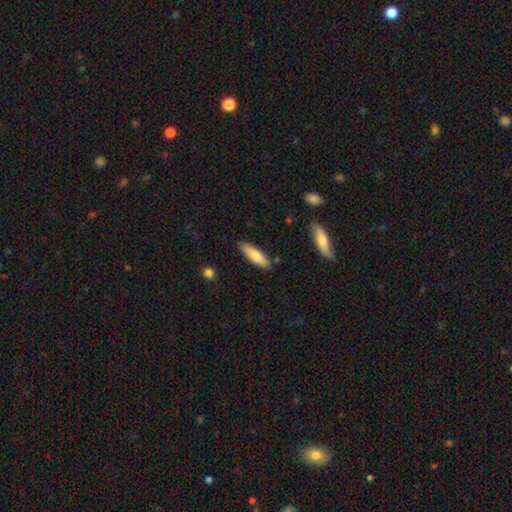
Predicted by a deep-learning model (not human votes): This is likely a smooth galaxy (77%). How rounded: possibly cigar-shaped (54%). Merging: clearly none (84%).